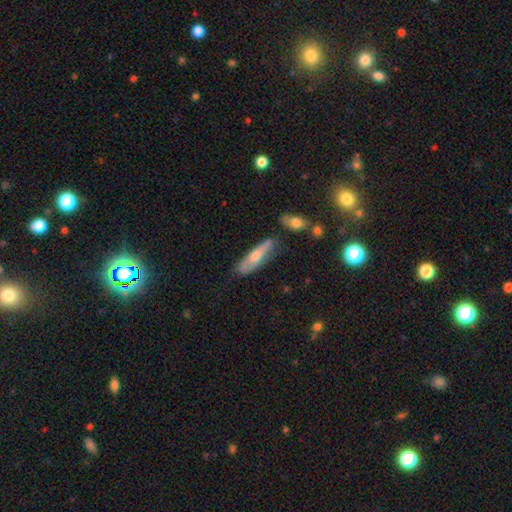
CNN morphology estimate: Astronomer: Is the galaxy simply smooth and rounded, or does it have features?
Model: smooth — 54% (runner-up: featured or disk, 40%).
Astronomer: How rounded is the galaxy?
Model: cigar-shaped — 66%.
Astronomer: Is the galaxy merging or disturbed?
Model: none — 72%.